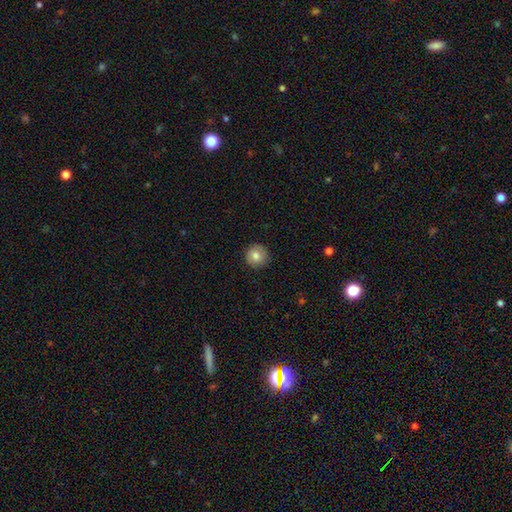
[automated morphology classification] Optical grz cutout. It shows a smooth galaxy with no disk features (77%) that is round (94%). Merging: none (89%).